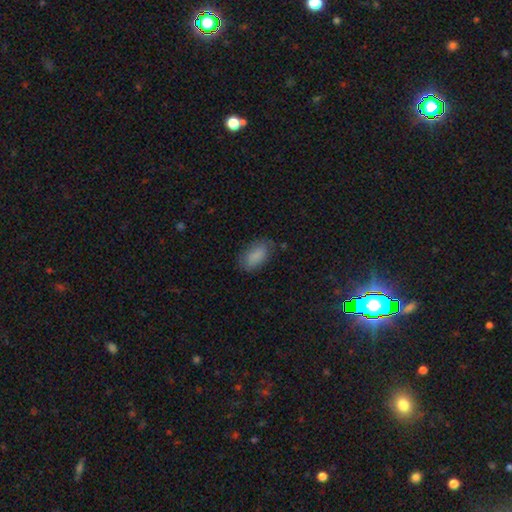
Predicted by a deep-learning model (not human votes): The model was most divided on "merging": none: 72%, minor disturbance: 21%, major disturbance: 6%, merger: 1%. More confident: how rounded — in between (93%); smooth or featured — smooth (85%).